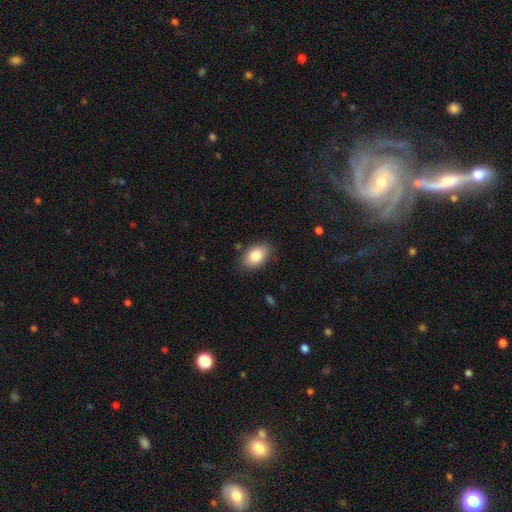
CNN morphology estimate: This appears to be a smooth galaxy with no disk features (85%) that is in between round and cigar-shaped (89%). Merging: none (84%).